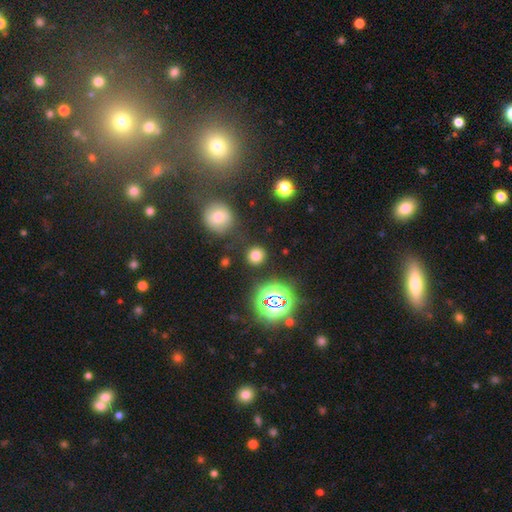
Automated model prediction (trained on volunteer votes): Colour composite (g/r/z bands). It shows a smooth galaxy with no disk features (70%) that is round (88%). Merging: none (86%).